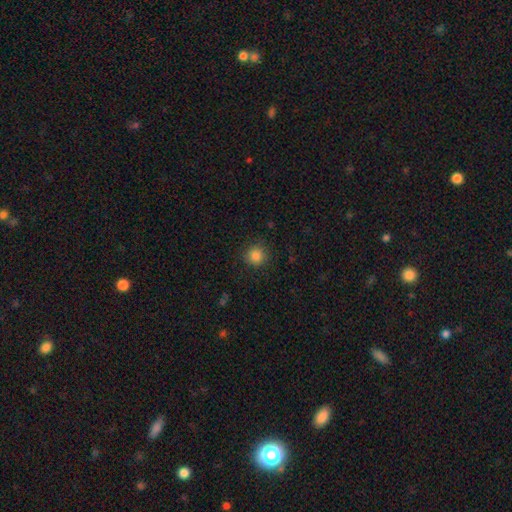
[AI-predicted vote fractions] The model was most divided on "smooth or featured": smooth: 85%, star or artifact: 11%, featured or disk: 3%. More confident: how rounded — round (92%); merging — none (88%).